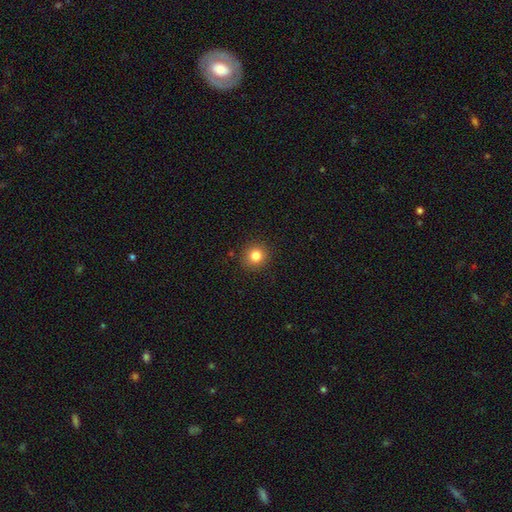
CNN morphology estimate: Smooth or featured: smooth — 82% (star or artifact — 12%)
How rounded: round — 91% (in between — 8%)
Merging: none — 90% (minor disturbance — 6%)